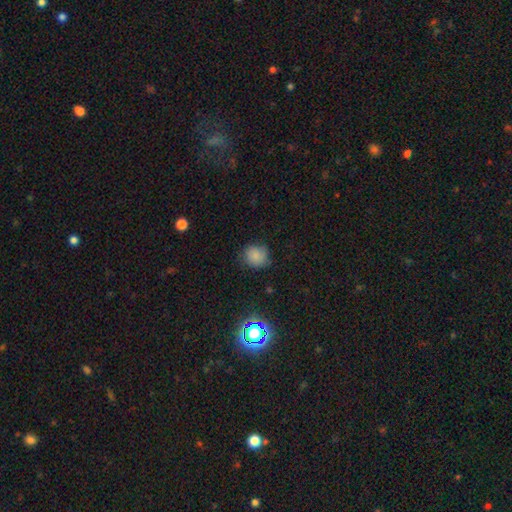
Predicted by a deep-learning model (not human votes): smooth_or_featured: smooth (p=0.78) [alt: star or artifact p=0.14]
how_rounded: round (p=0.85) [alt: in between p=0.14]
merging: none (p=0.75) [alt: minor disturbance p=0.19]